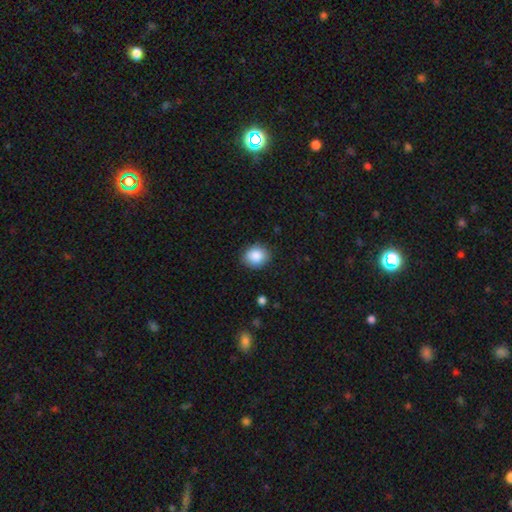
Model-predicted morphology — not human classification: A smooth galaxy with no disk features (88%) that is round (63%).

Vote fractions:
- Smooth or featured? smooth: 88% / star or artifact: 8% / featured or disk: 4%
- How rounded? round: 63% / in between: 36% / cigar-shaped: 1%
- Merging? none: 86% / minor disturbance: 10% / major disturbance: 2% / merger: 1%